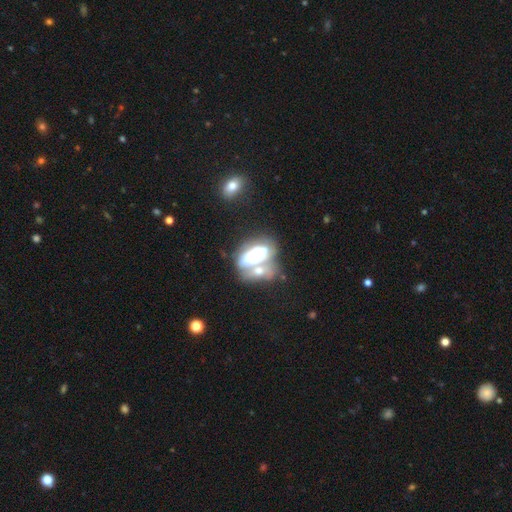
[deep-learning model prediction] Q: Smooth or featured?
A: featured or disk (46%); runner-up: smooth (44%)
Q: Merging?
A: merger (53%); runner-up: none (18%)